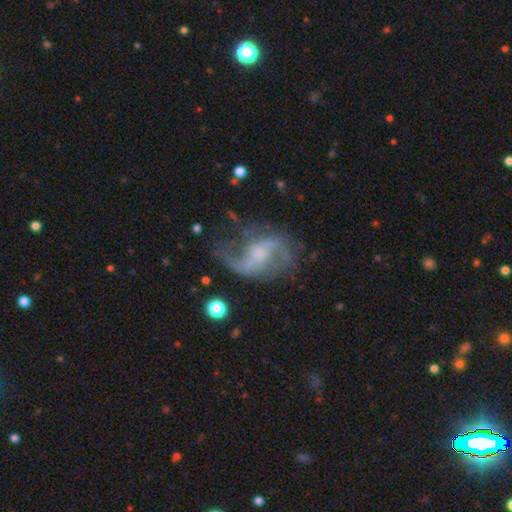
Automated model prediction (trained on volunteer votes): A featured or disk galaxy (86%) with a weak bar (47%), 2 (87%) loose (64%) spiral arms (94%) and a small central bulge (37%).

Vote fractions:
- Smooth or featured? featured or disk: 86% / smooth: 8% / star or artifact: 6%
- Edge-on disk? no: 97% / yes: 3%
- Bar? weak: 47% / no: 39% / strong: 14%
- Spiral arms? yes: 94% / no: 6%
- Spiral winding? loose: 64% / medium: 30% / tight: 6%
- Spiral arm count? 2: 87% / 1: 4% / can't tell: 4% / 3: 2% / 4: 1% / more than 4: 1%
- Bulge size? small: 37% / moderate: 30% / none: 26% / large: 6% / dominant: 1%
- Merging? none: 57% / major disturbance: 20% / minor disturbance: 20% / merger: 3%